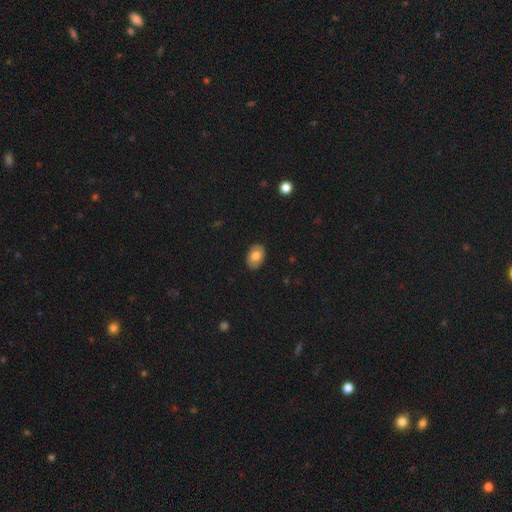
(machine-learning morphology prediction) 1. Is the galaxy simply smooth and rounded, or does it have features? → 78% smooth, 15% featured or disk, 7% star or artifact.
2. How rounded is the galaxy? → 85% in between, 14% round, 1% cigar-shaped.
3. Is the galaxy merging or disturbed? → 88% none, 9% minor disturbance, 2% major disturbance, 1% merger.